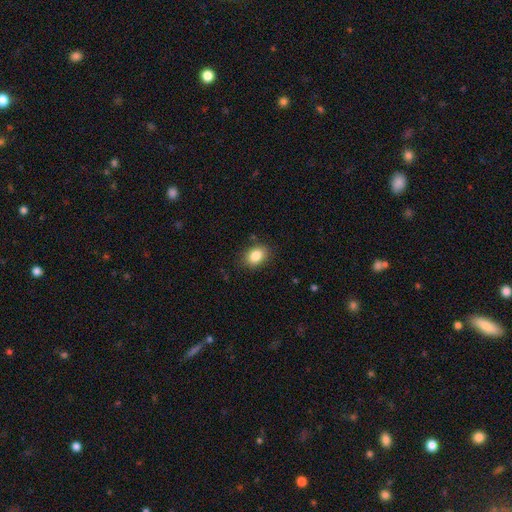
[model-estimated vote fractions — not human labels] The model was most divided on "how rounded": in between: 72%, round: 27%, cigar-shaped: 1%. More confident: smooth or featured — smooth (86%); merging — none (85%).